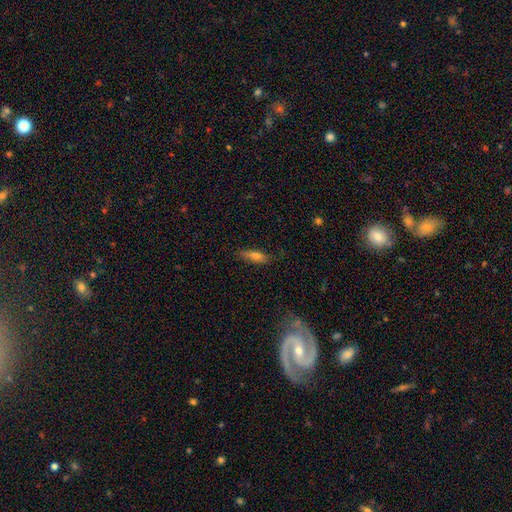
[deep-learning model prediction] Smooth or featured?
  - smooth: 66% *
  - featured or disk: 25%
  - star or artifact: 9%
How rounded?
  - cigar-shaped: 58% *
  - in between: 40%
  - round: 3%
Merging?
  - none: 78% *
  - minor disturbance: 16%
  - major disturbance: 4%
  - merger: 2%